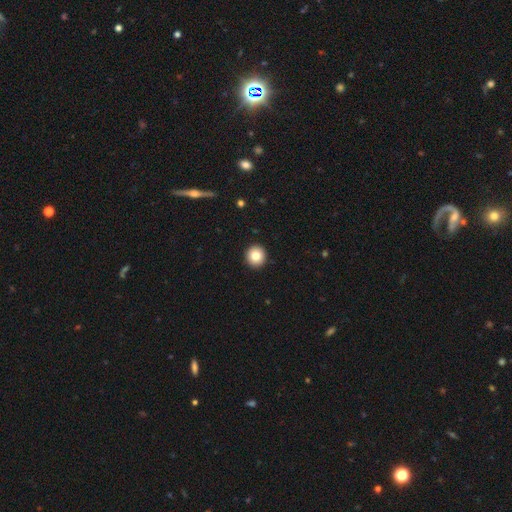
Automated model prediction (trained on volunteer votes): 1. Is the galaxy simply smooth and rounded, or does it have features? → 83% smooth, 9% star or artifact, 8% featured or disk.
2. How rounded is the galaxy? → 95% round, 4% in between, 1% cigar-shaped.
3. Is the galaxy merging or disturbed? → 94% none, 4% minor disturbance, 1% major disturbance, 1% merger.